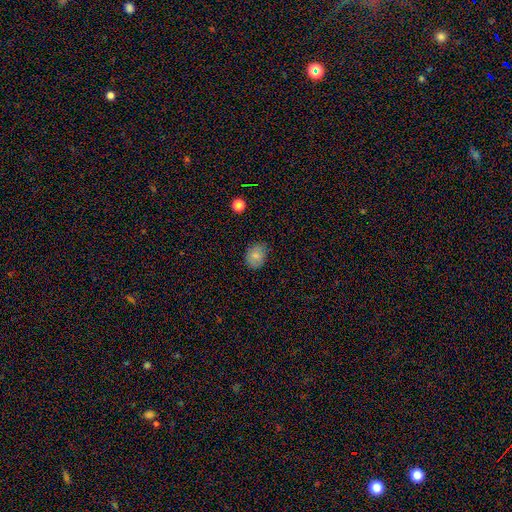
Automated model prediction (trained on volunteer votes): The model was most divided on "how rounded": in between: 57%, round: 42%, cigar-shaped: 1%. More confident: merging — none (82%); smooth or featured — smooth (81%).